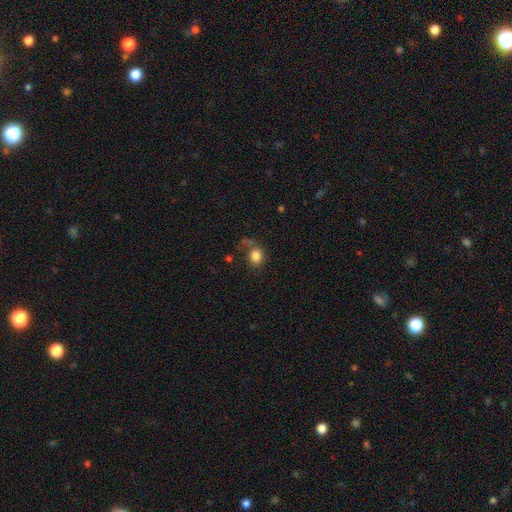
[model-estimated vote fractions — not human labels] The model was most divided on "how rounded": round: 64%, in between: 36%, cigar-shaped: 1%. More confident: smooth or featured — smooth (83%); merging — none (56%).